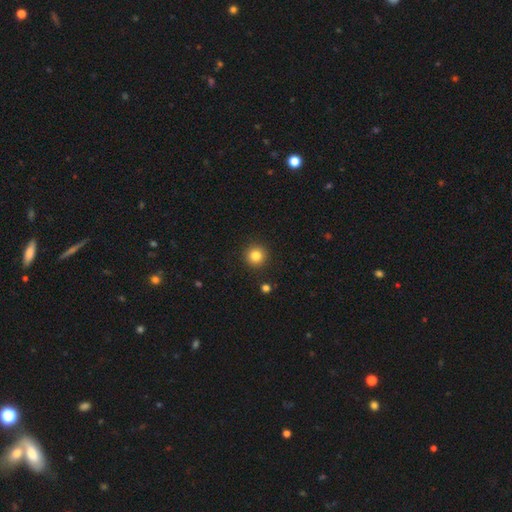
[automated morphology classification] A smooth galaxy with no disk features (83%) that is round (95%). Merging: none (91%).